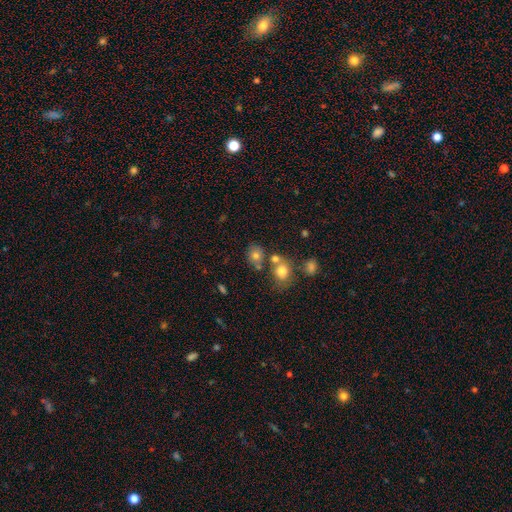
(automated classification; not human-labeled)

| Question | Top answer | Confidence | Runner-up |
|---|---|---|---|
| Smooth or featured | smooth | 73% | star or artifact (14%) |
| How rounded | round | 64% | in between (35%) |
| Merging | none | 58% | merger (25%) |